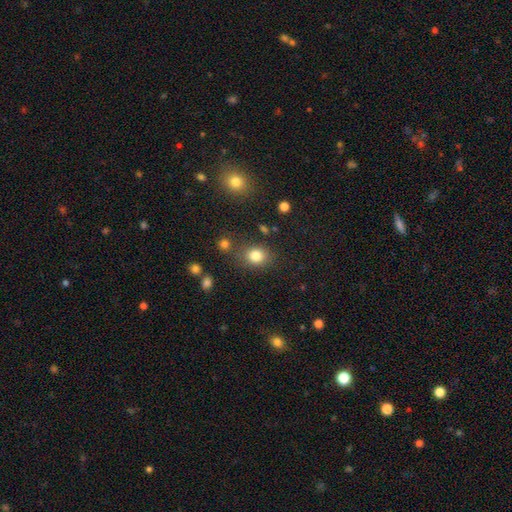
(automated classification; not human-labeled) Smooth or featured: smooth — 82% (star or artifact — 12%)
How rounded: round — 60% (in between — 39%)
Merging: none — 75% (minor disturbance — 13%)